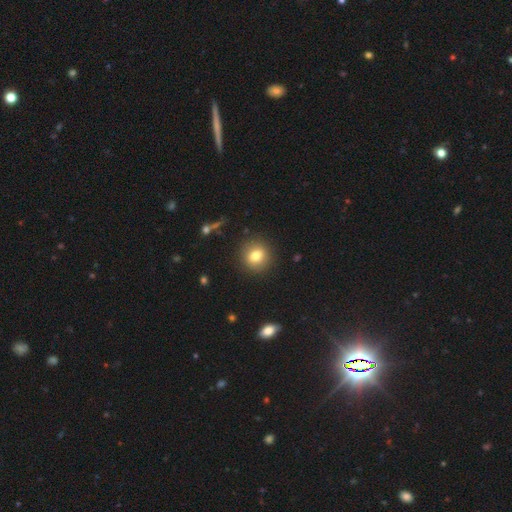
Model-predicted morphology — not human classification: type=smooth (79%); roundness=round (86%); merging=none (89%).